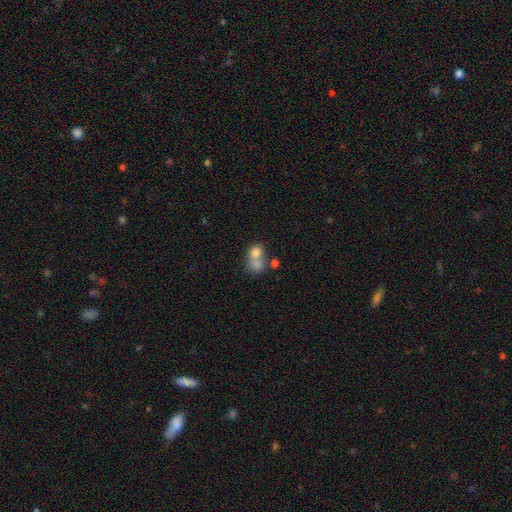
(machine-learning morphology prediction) smooth_or_featured: smooth (p=0.73) [alt: featured or disk p=0.16]
how_rounded: round (p=0.54) [alt: in between p=0.45]
merging: merger (p=0.63) [alt: none p=0.23]